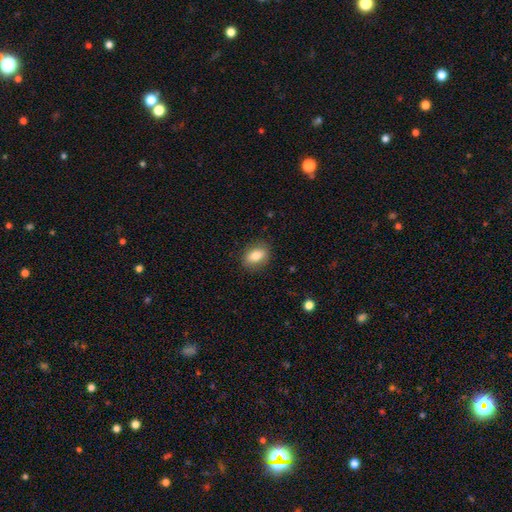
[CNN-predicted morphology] smooth 78%, featured or disk 13%, star or artifact 8%. Down the decision tree: how rounded — in between (73%); merging — none (86%).